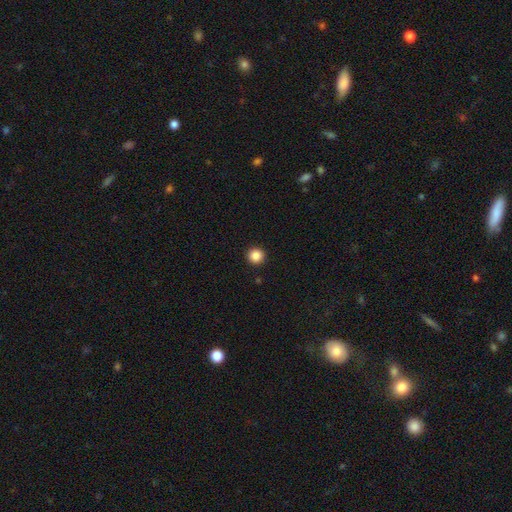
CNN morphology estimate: Smooth or featured?
  - smooth: 86% *
  - star or artifact: 11%
  - featured or disk: 3%
How rounded?
  - round: 96% *
  - in between: 4%
  - cigar-shaped: 1%
Merging?
  - none: 94% *
  - minor disturbance: 4%
  - major disturbance: 1%
  - merger: 1%